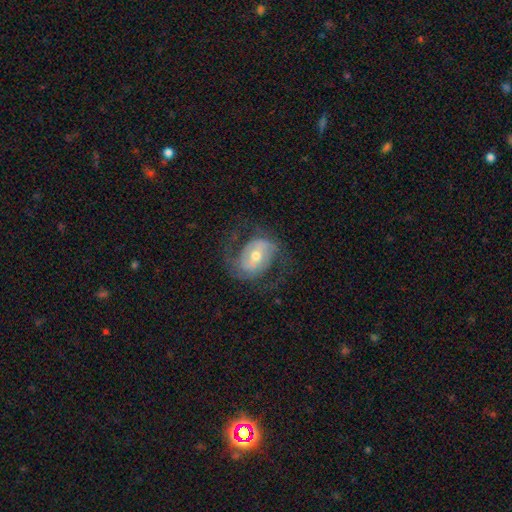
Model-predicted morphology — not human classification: This is likely a featured or disk galaxy (76%). It is clearly not viewed edge-on (96%). Bar: marginally weak (42%). Spiral arm pattern: clearly yes (86%). Spiral arm count: clearly 2 (87%). Spiral winding: possibly medium (48%). Central bulge: likely moderate (62%). Merging: likely none (67%).